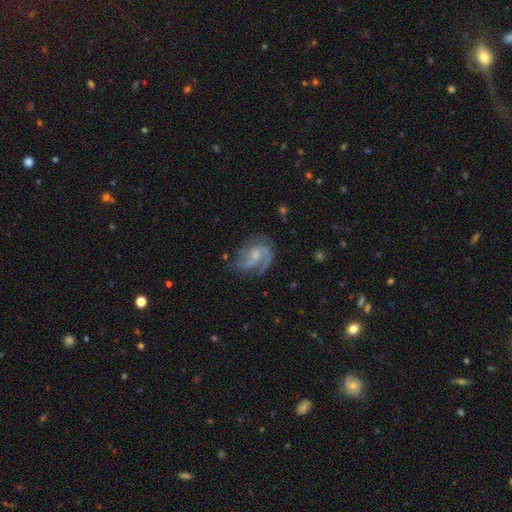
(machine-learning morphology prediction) This is clearly a featured or disk galaxy (81%). It is clearly not viewed edge-on (98%). Bar: possibly no (49%). Spiral arm pattern: clearly yes (94%). Spiral arm count: possibly 2 (56%). Spiral winding: possibly medium (48%). Central bulge: possibly small (50%). Merging: possibly none (59%).